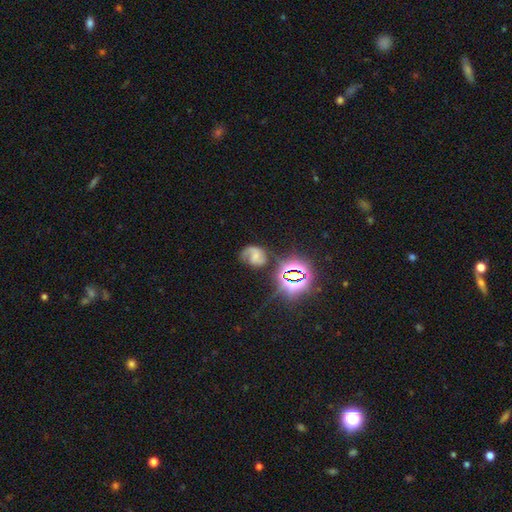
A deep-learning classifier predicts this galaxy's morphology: Smooth or featured? Predicted: featured or disk (p=0.55). Edge-on disk? Predicted: no (p=0.97). Bar? Predicted: no (p=0.51). Spiral arms? Predicted: yes (p=0.88). Bulge size? Predicted: small (p=0.37). Merging? Predicted: none (p=0.52).